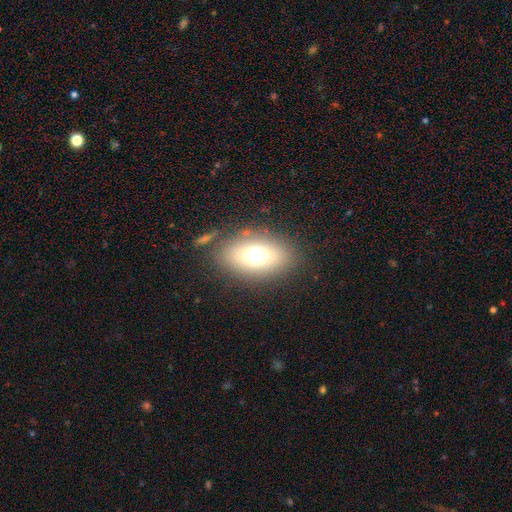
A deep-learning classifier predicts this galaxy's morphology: Smooth or featured? smooth (65%)
How rounded? in between (76%)
Merging? none (79%)